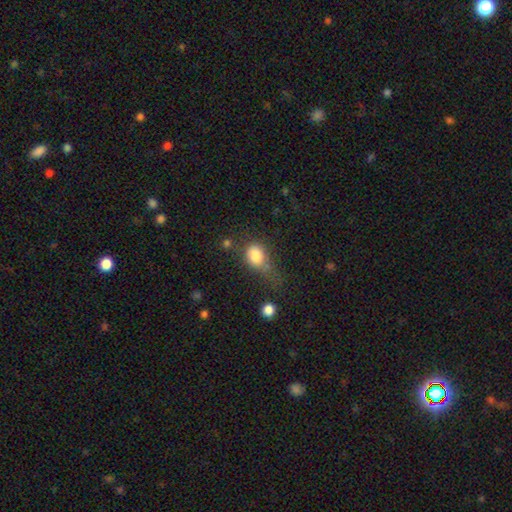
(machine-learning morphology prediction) Smooth or featured?
  - smooth: 81% *
  - star or artifact: 10%
  - featured or disk: 9%
How rounded?
  - in between: 55% *
  - round: 43%
  - cigar-shaped: 2%
Merging?
  - none: 33% *
  - minor disturbance: 30%
  - major disturbance: 27%
  - merger: 11%